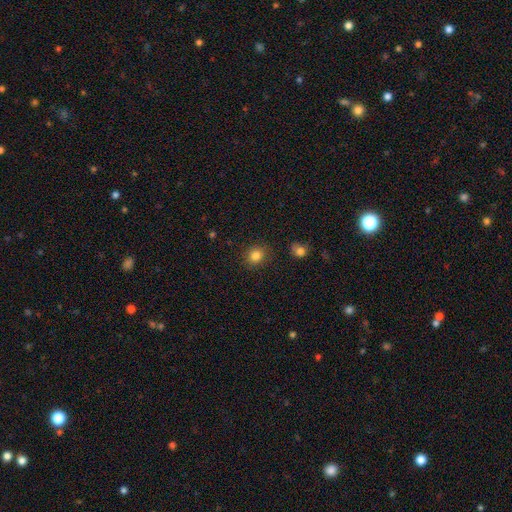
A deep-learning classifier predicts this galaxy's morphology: smooth_or_featured: smooth (p=0.83) [alt: star or artifact p=0.12]
how_rounded: round (p=0.78) [alt: in between p=0.21]
merging: none (p=0.86) [alt: minor disturbance p=0.09]